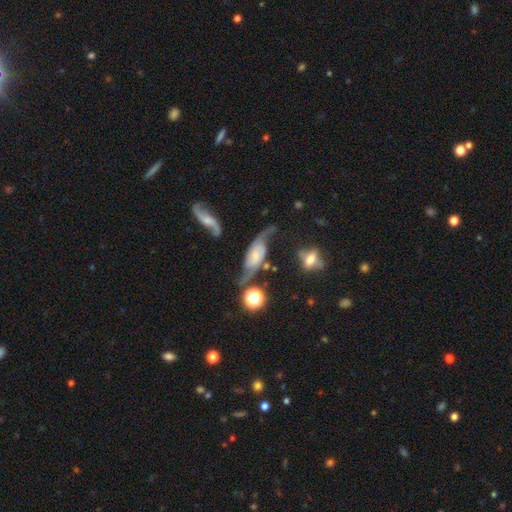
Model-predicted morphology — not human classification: Smooth or featured? Predicted: featured or disk (p=0.77). Edge-on disk? Predicted: no (p=0.86). Bar? Predicted: no (p=0.52). Spiral arms? Predicted: yes (p=0.93). Spiral winding? Predicted: loose (p=0.63). Spiral arm count? Predicted: 2 (p=0.91). Bulge size? Predicted: small (p=0.36). Merging? Predicted: none (p=0.52).